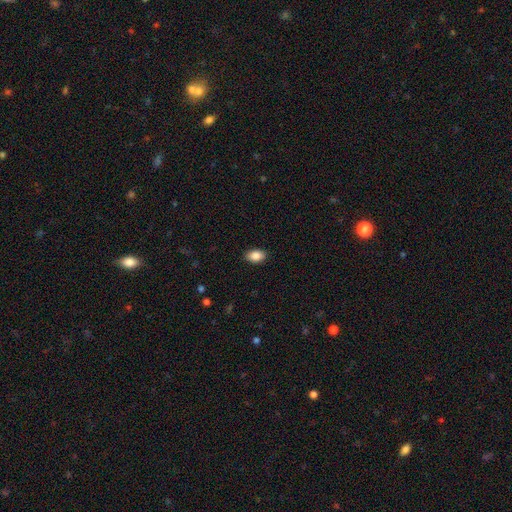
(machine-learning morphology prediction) This is clearly a smooth galaxy (88%). How rounded: clearly in between (89%). Merging: clearly none (89%).